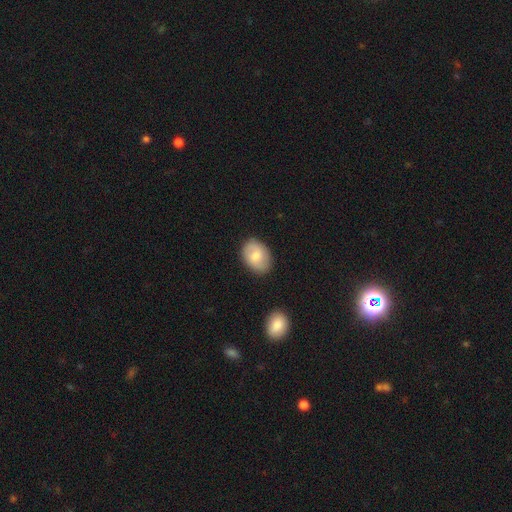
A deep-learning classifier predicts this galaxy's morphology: This is likely a smooth galaxy (66%). How rounded: likely in between (76%). Merging: clearly none (84%).